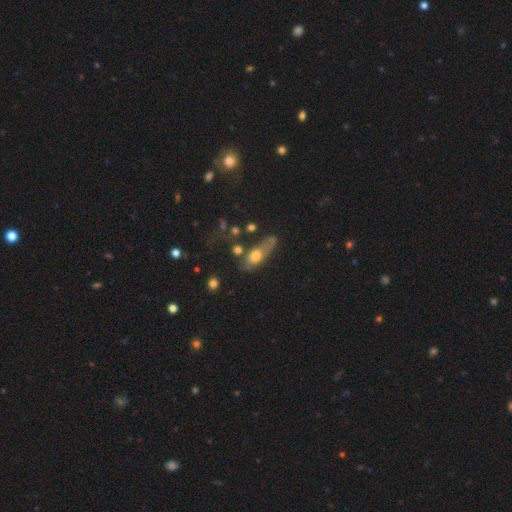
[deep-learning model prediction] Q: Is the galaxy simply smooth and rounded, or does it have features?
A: smooth — 59%.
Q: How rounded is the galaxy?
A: in between — 68%.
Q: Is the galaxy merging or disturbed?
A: none — 34%.